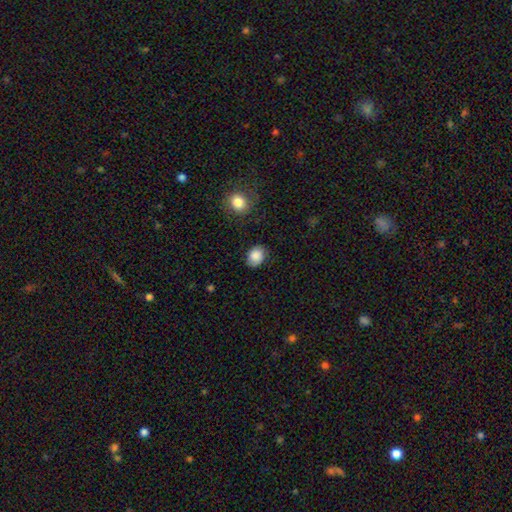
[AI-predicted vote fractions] A smooth galaxy with no disk features (86%) that is round (56%).

Vote fractions:
- Smooth or featured? smooth: 86% / star or artifact: 8% / featured or disk: 6%
- How rounded? round: 56% / in between: 43% / cigar-shaped: 1%
- Merging? none: 79% / minor disturbance: 15% / major disturbance: 4% / merger: 2%